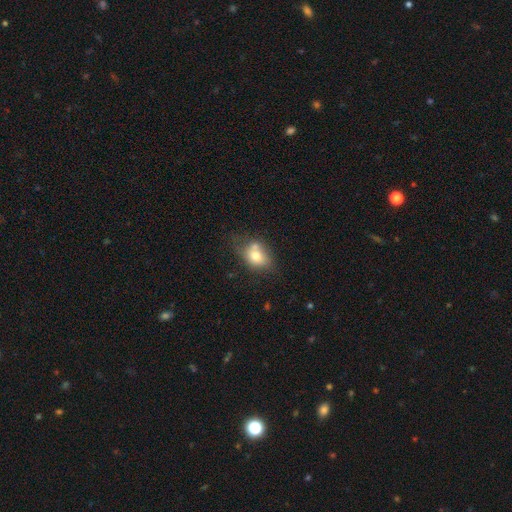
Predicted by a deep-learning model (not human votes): Morphology: type=smooth (70%); roundness=in between (63%); merging=none (42%).